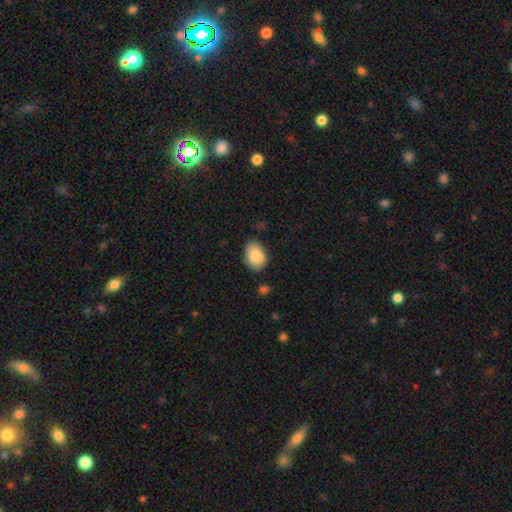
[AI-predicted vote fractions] Overall: smooth (87%). How rounded: in between (79%). Merging: none (75%).